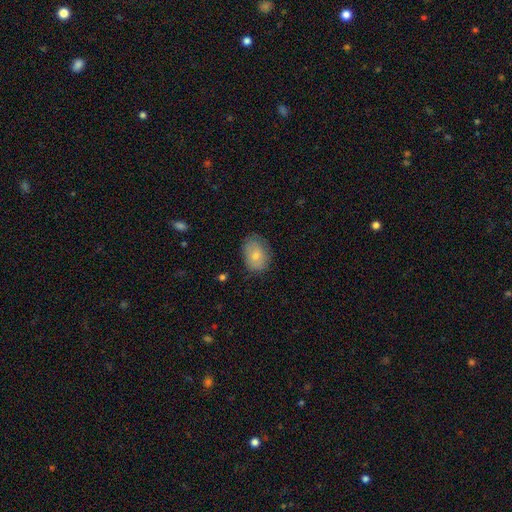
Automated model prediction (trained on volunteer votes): smooth_or_featured: smooth (p=0.77) [alt: featured or disk p=0.16]
how_rounded: in between (p=0.77) [alt: round p=0.22]
merging: none (p=0.74) [alt: minor disturbance p=0.20]